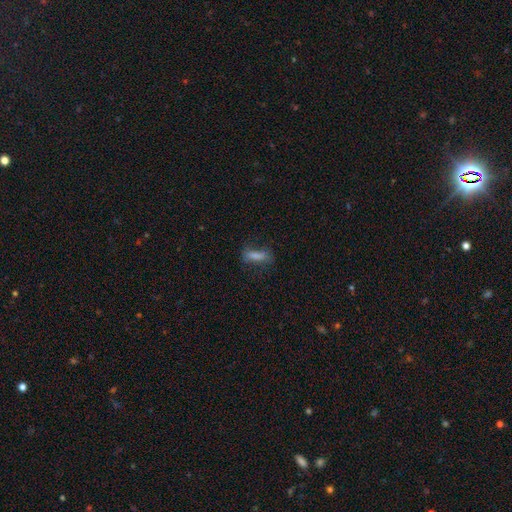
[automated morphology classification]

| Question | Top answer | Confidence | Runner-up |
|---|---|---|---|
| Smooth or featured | smooth | 59% | featured or disk (24%) |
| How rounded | cigar-shaped | 55% | in between (42%) |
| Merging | none | 67% | minor disturbance (20%) |